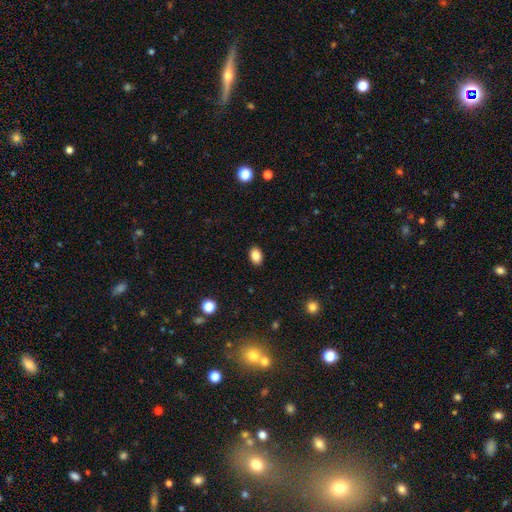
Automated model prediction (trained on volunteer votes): smooth_or_featured: smooth (p=0.86) [alt: star or artifact p=0.09]
how_rounded: in between (p=0.81) [alt: round p=0.18]
merging: none (p=0.90) [alt: minor disturbance p=0.07]